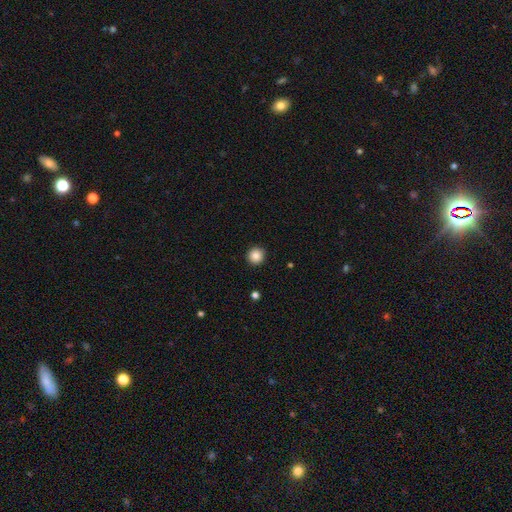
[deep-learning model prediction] Smooth or featured?
  - smooth: 86% *
  - star or artifact: 10%
  - featured or disk: 4%
How rounded?
  - round: 94% *
  - in between: 5%
  - cigar-shaped: 1%
Merging?
  - none: 92% *
  - minor disturbance: 5%
  - major disturbance: 2%
  - merger: 1%